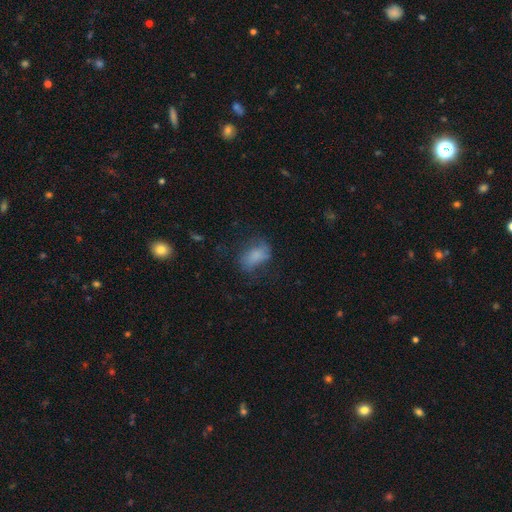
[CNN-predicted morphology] A smooth galaxy with no disk features (71%) that is in between round and cigar-shaped (88%). Merging: none (48%).